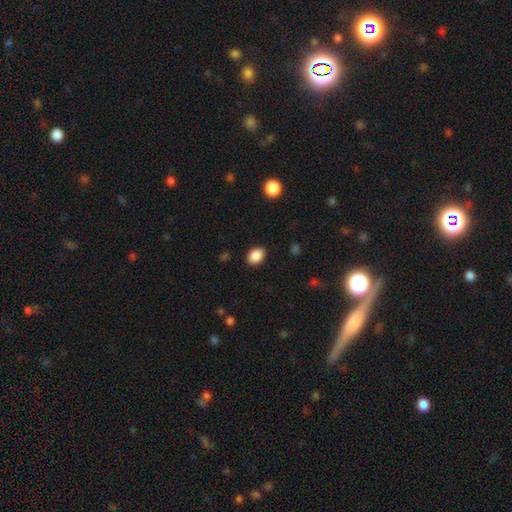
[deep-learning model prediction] Overall: smooth (89%). How rounded: in between (74%). Merging: none (88%).